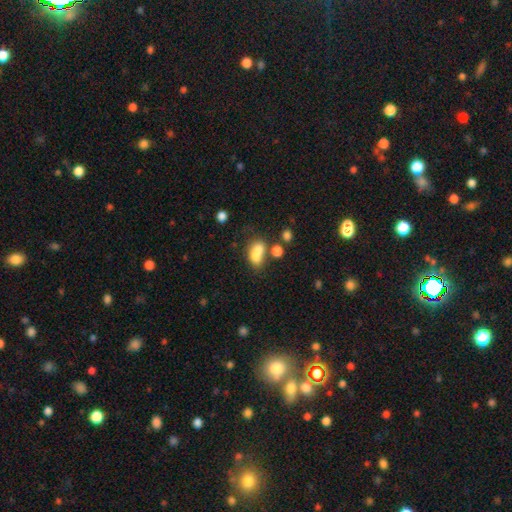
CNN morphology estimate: Smooth or featured?
  - smooth: 72% *
  - featured or disk: 17%
  - star or artifact: 12%
How rounded?
  - in between: 74% *
  - round: 24%
  - cigar-shaped: 3%
Merging?
  - merger: 53% *
  - none: 26%
  - minor disturbance: 12%
  - major disturbance: 9%